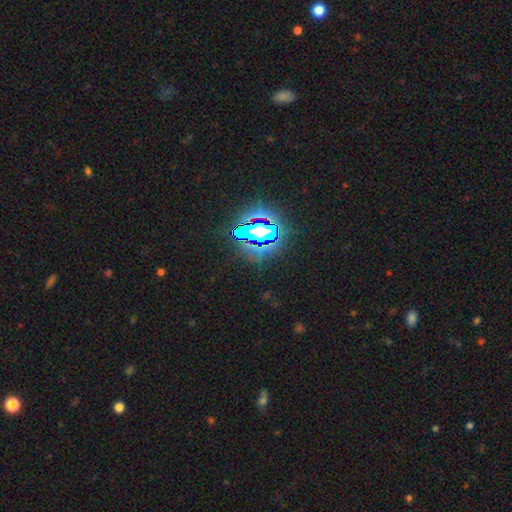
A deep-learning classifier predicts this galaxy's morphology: A star or artifact, not a galaxy (83%).

Vote fractions:
- Smooth or featured? star or artifact: 83% / smooth: 11% / featured or disk: 6%